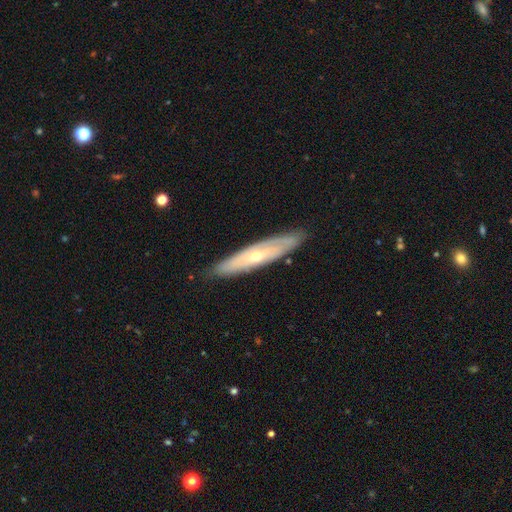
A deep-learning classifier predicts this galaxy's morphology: This is likely a featured or disk galaxy (63%). It is possibly viewed edge-on (52%). Merging: clearly none (83%).